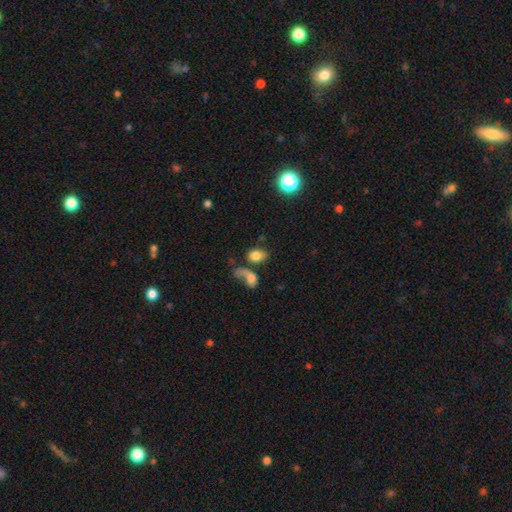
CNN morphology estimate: Smooth or featured? smooth (76%)
How rounded? in between (75%)
Merging? none (39%)